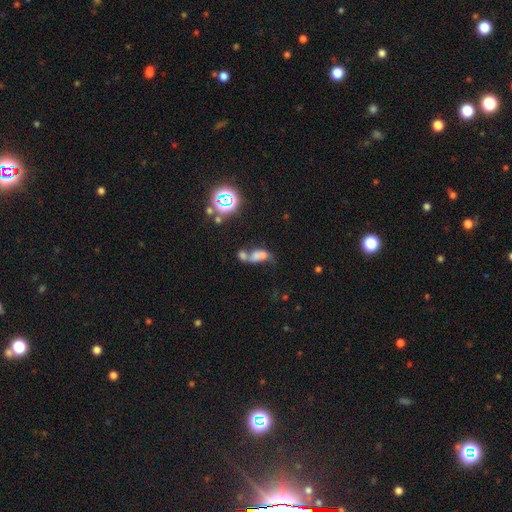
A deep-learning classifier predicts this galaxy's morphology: This is possibly a smooth galaxy (48%). Merging: likely merger (65%).